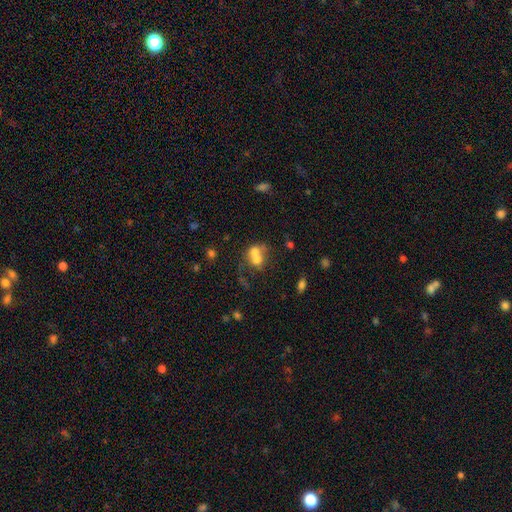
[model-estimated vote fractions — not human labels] This is likely a smooth galaxy (61%). How rounded: possibly round (56%). Merging: likely merger (69%).